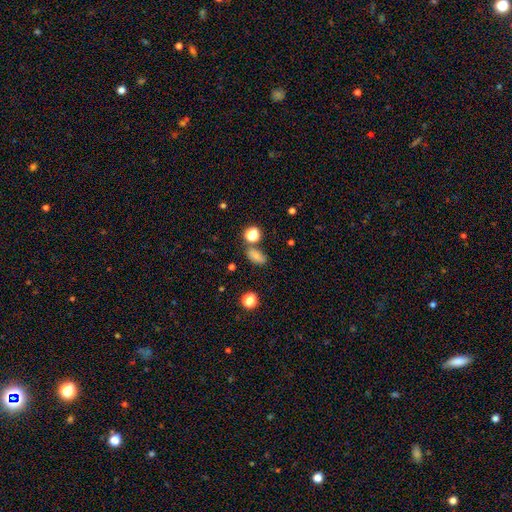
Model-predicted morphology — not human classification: Smooth or featured? Predicted: smooth (p=0.78). How rounded? Predicted: in between (p=0.82). Merging? Predicted: none (p=0.70).